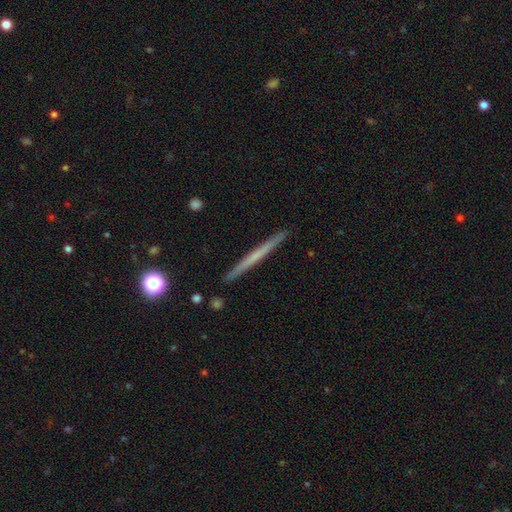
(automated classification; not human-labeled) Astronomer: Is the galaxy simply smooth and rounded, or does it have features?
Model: featured or disk — 52% (runner-up: smooth, 42%).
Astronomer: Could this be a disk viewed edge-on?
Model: yes — 98%.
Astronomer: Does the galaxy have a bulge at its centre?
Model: none — 86%.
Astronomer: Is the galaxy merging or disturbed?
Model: none — 92%.